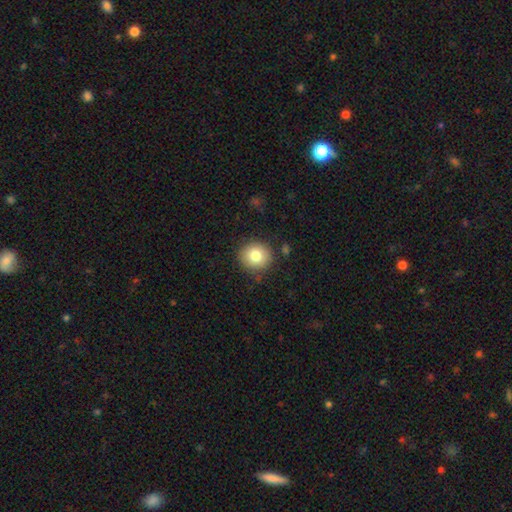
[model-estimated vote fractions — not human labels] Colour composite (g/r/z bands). It shows a smooth galaxy with no disk features (81%) that is round (85%). Merging: none (87%).